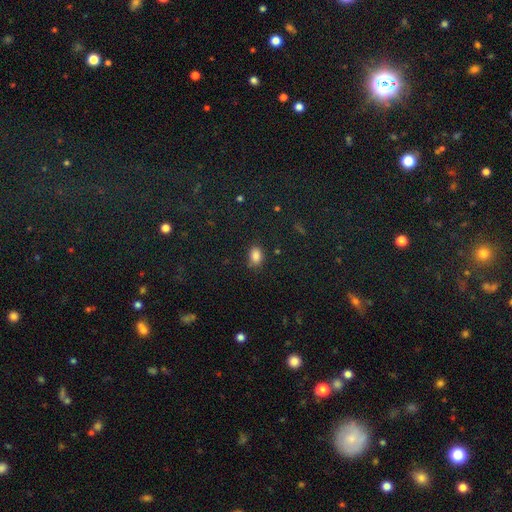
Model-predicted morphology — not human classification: smooth-or-featured: smooth: 85% | star or artifact: 11% | featured or disk: 5%
  how-rounded: in between: 81% | round: 17% | cigar-shaped: 1%
  merging: none: 79% | minor disturbance: 15% | major disturbance: 4% | merger: 2%